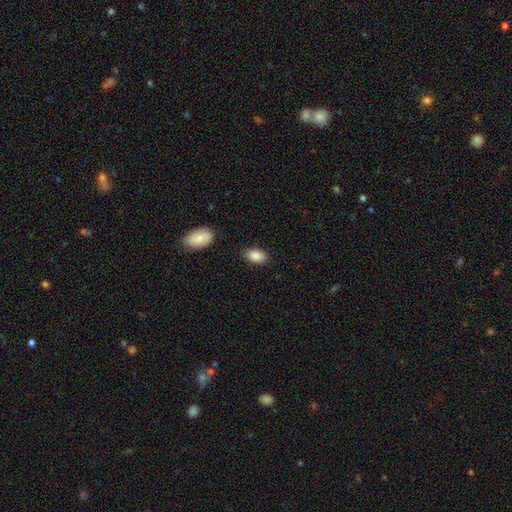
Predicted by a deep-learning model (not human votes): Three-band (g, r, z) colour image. It shows a smooth galaxy with no disk features (88%) that is in between round and cigar-shaped (91%). Merging: none (85%).